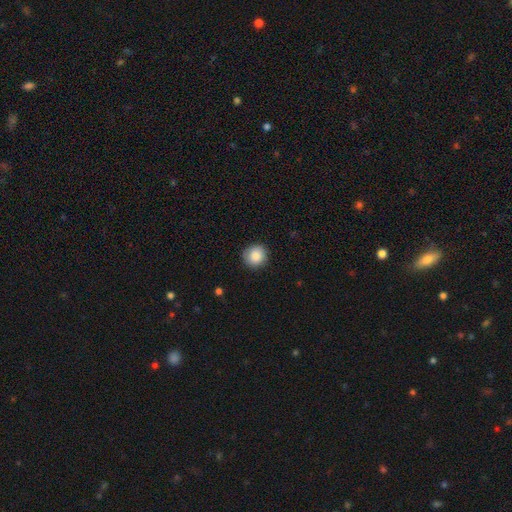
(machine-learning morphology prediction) smooth-or-featured: smooth: 88% | star or artifact: 8% | featured or disk: 5%
  how-rounded: round: 92% | in between: 7% | cigar-shaped: 1%
  merging: none: 87% | minor disturbance: 10% | major disturbance: 2% | merger: 1%